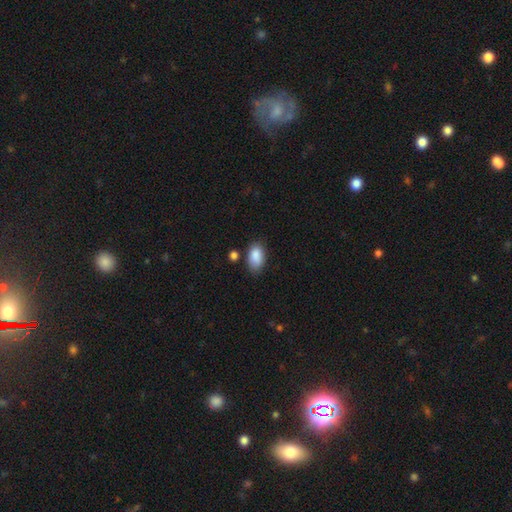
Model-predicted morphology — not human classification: smooth 88%, star or artifact 7%, featured or disk 5%. Down the decision tree: how rounded — in between (92%); merging — none (71%).